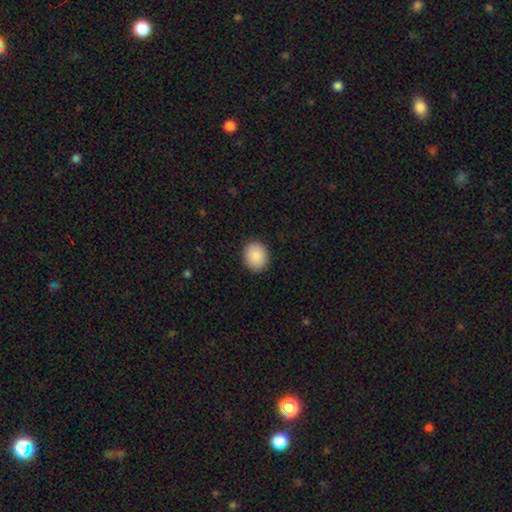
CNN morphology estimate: Smooth or featured? smooth (89%)
How rounded? round (66%)
Merging? none (90%)